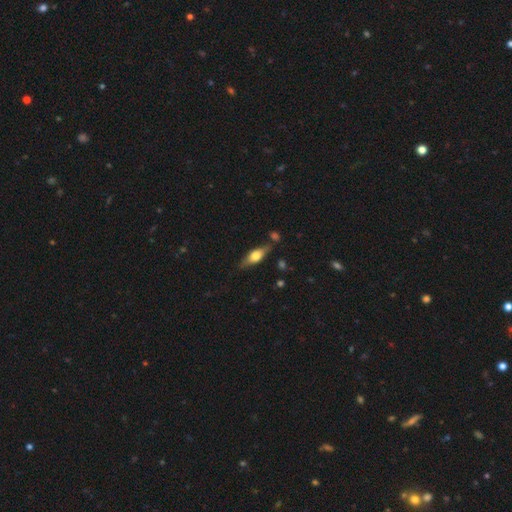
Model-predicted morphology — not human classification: The model was most divided on "smooth or featured": smooth: 53%, featured or disk: 41%, star or artifact: 7%. More confident: merging — none (75%); how rounded — in between (59%).